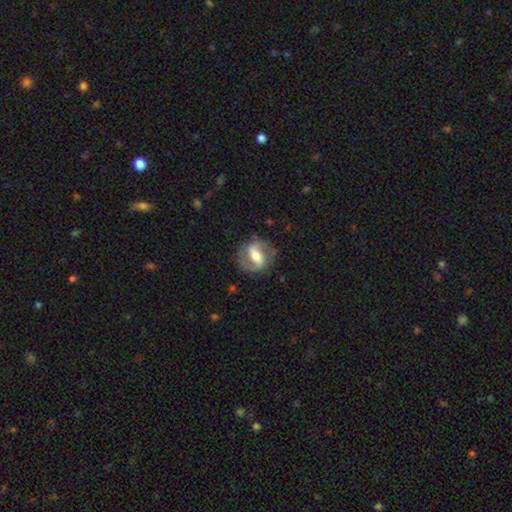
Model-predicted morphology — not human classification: This is likely a featured or disk galaxy (78%). It is clearly not viewed edge-on (96%). Bar: possibly strong (48%). Spiral arm pattern: clearly yes (88%). Spiral arm count: clearly 2 (89%). Spiral winding: possibly medium (49%). Central bulge: likely moderate (62%). Merging: likely none (79%).